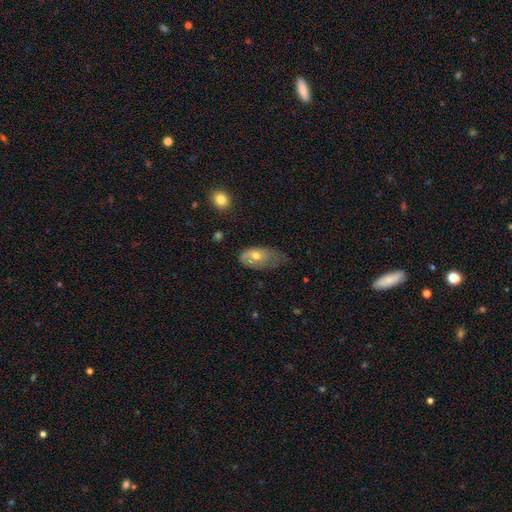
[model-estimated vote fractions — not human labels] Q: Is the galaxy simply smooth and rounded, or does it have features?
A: smooth — 63%.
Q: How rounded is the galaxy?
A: in between — 90%.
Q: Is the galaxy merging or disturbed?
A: minor disturbance — 43%.